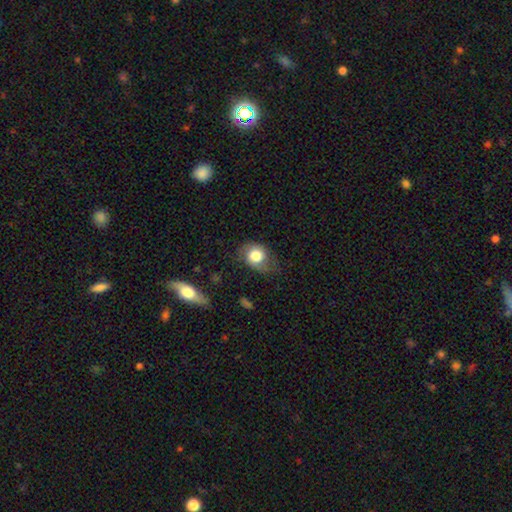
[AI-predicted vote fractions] Smooth or featured?
  - smooth: 72% *
  - featured or disk: 20%
  - star or artifact: 8%
How rounded?
  - round: 57% *
  - in between: 42%
  - cigar-shaped: 1%
Merging?
  - none: 52% *
  - minor disturbance: 31%
  - major disturbance: 15%
  - merger: 2%